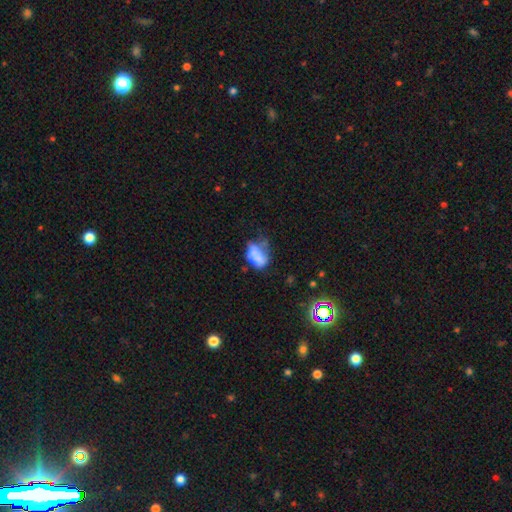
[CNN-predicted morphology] smooth_or_featured: smooth (p=0.66) [alt: featured or disk p=0.24]
how_rounded: in between (p=0.87) [alt: round p=0.10]
merging: major disturbance (p=0.32) [alt: minor disturbance p=0.31]